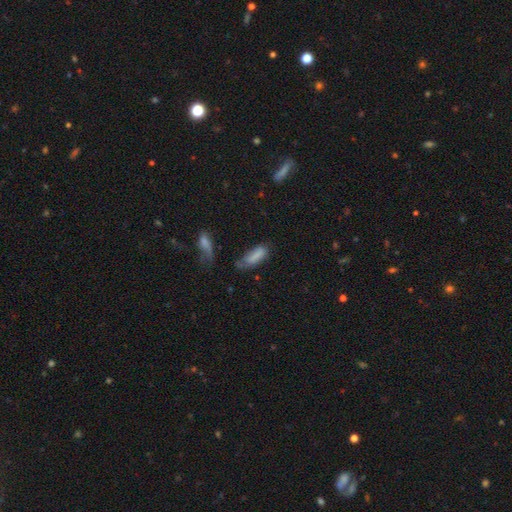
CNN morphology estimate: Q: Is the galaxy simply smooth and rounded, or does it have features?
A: smooth — 80%.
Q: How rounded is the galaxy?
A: in between — 64%.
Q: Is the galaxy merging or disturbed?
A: none — 42%.